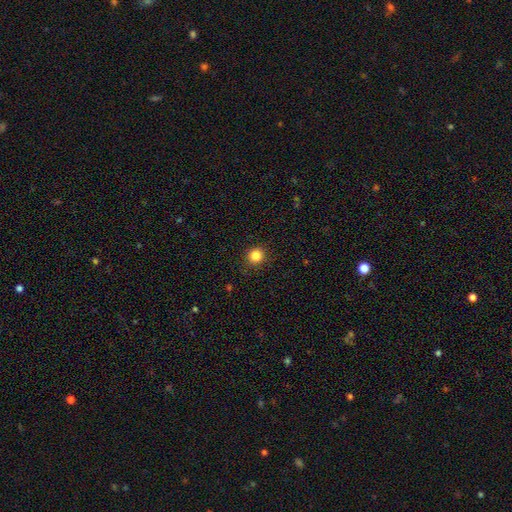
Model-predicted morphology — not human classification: Smooth or featured? smooth (84%)
How rounded? round (89%)
Merging? none (90%)